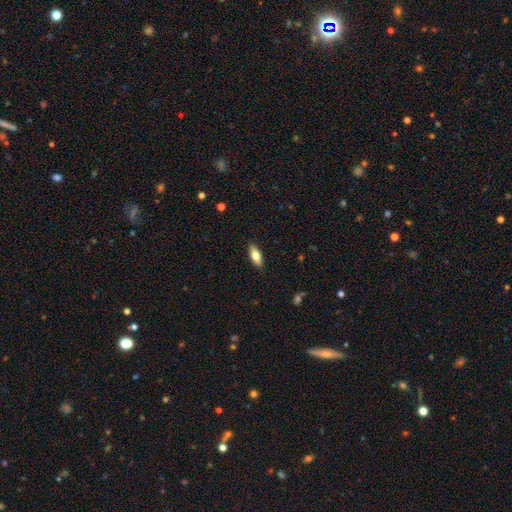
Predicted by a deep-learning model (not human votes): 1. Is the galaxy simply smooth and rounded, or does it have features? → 70% smooth, 24% featured or disk, 6% star or artifact.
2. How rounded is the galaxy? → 73% in between, 25% cigar-shaped, 2% round.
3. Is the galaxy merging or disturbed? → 89% none, 8% minor disturbance, 2% major disturbance, 1% merger.